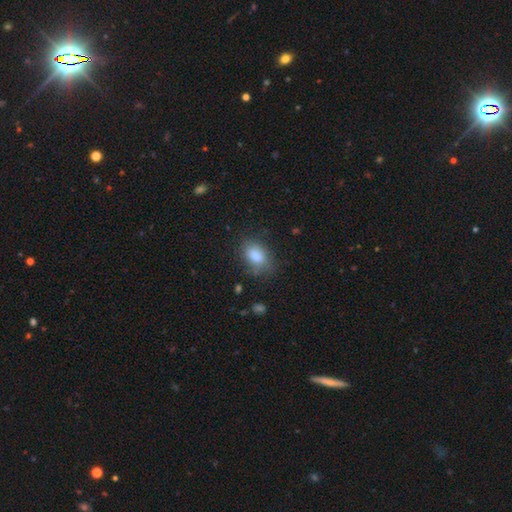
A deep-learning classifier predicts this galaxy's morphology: smooth 84%, star or artifact 8%, featured or disk 8%. Down the decision tree: how rounded — in between (85%); merging — none (71%).